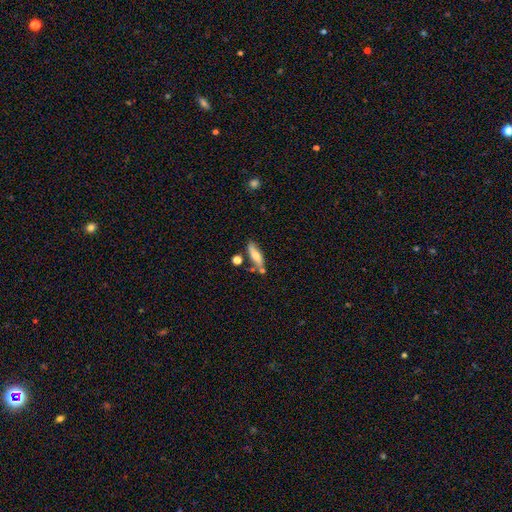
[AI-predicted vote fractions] smooth-or-featured: smooth: 62% | featured or disk: 30% | star or artifact: 7%
  how-rounded: cigar-shaped: 48% (tied) | in between: 48% (tied) | round: 3%
  merging: none: 63% | minor disturbance: 19% | merger: 13% | major disturbance: 6%